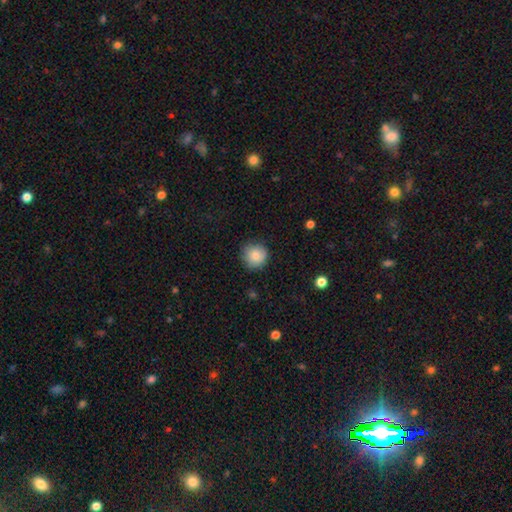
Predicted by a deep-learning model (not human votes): A smooth galaxy with no disk features (81%) that is round (94%).

Vote fractions:
- Smooth or featured? smooth: 81% / featured or disk: 10% / star or artifact: 9%
- How rounded? round: 94% / in between: 5% / cigar-shaped: 1%
- Merging? none: 83% / minor disturbance: 13% / major disturbance: 3% / merger: 1%